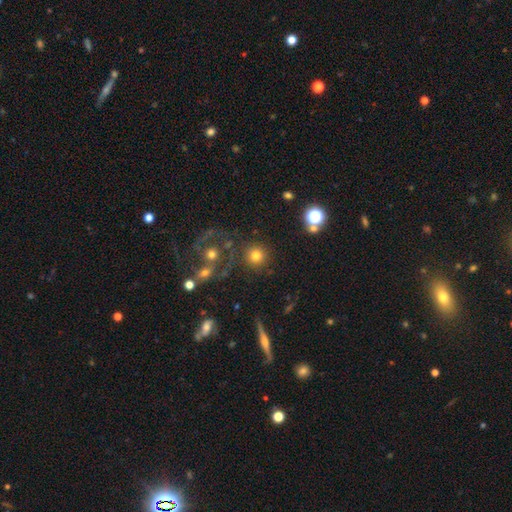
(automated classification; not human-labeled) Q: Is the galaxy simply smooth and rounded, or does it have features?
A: smooth — 76%.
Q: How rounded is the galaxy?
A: round — 94%.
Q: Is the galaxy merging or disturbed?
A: none — 81%.